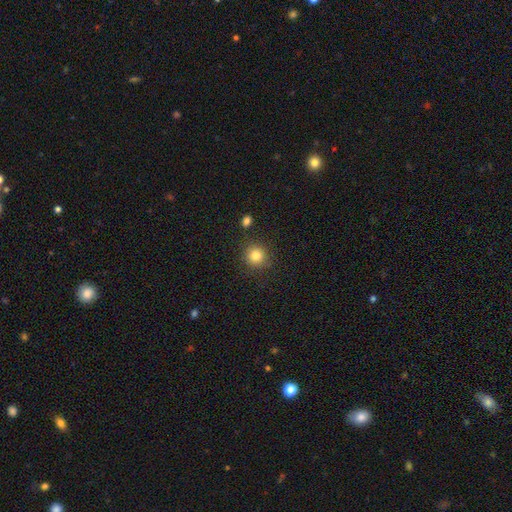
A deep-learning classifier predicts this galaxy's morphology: Q: Smooth or featured?
A: smooth (83%); runner-up: star or artifact (11%)
Q: How rounded?
A: round (92%); runner-up: in between (7%)
Q: Merging?
A: none (86%); runner-up: minor disturbance (8%)